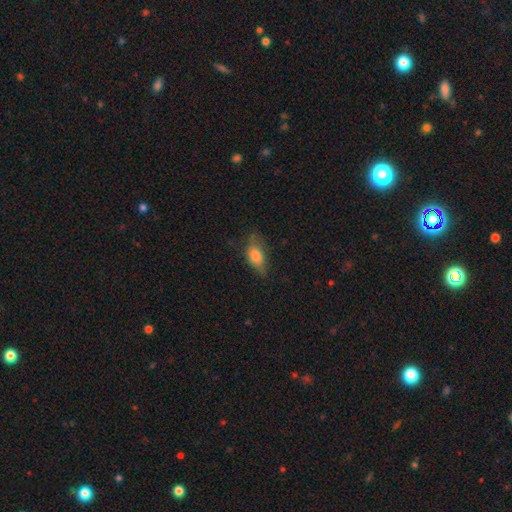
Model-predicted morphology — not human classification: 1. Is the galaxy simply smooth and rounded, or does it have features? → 73% smooth, 18% featured or disk, 8% star or artifact.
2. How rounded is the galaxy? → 81% in between, 12% cigar-shaped, 7% round.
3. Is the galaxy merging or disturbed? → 58% none, 29% minor disturbance, 11% major disturbance, 1% merger.